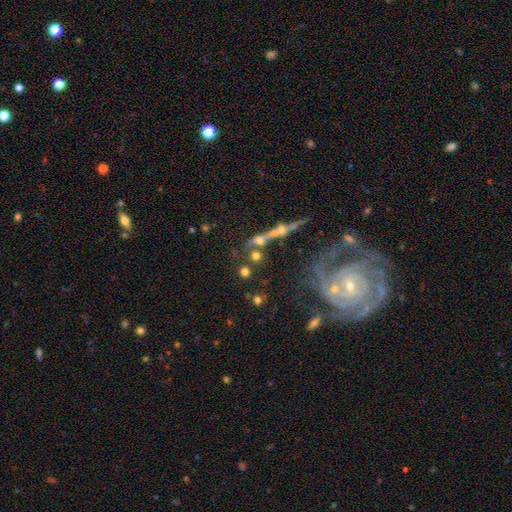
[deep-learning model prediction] Smooth or featured: smooth — 54% (featured or disk — 24%)
How rounded: round — 77% (in between — 14%)
Merging: none — 50% (merger — 32%)